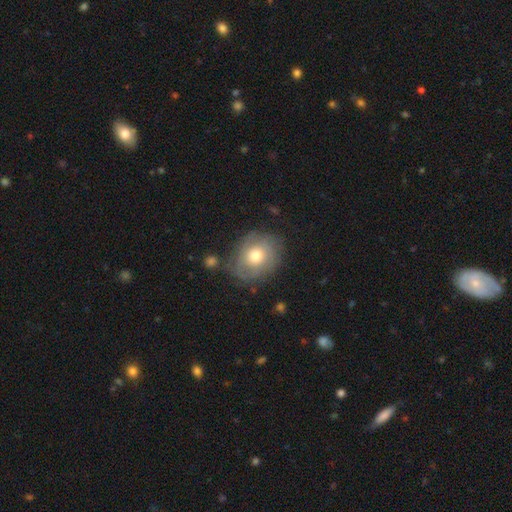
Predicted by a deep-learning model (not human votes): smooth_or_featured: smooth (p=0.55) [alt: featured or disk p=0.37]
how_rounded: round (p=0.64) [alt: in between p=0.35]
merging: none (p=0.69) [alt: minor disturbance p=0.20]